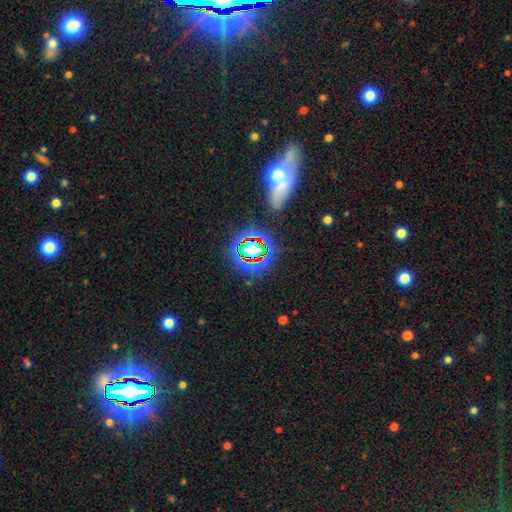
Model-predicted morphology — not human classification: This is likely a star or artifact rather than a galaxy (69%).